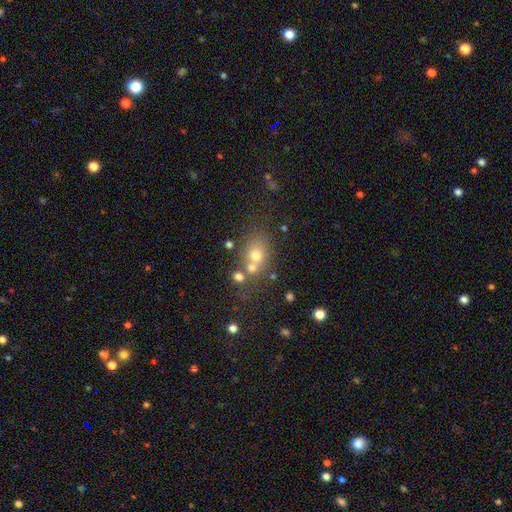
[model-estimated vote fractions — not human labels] This is likely a smooth galaxy (65%). How rounded: possibly round (56%). Merging: possibly none (49%).